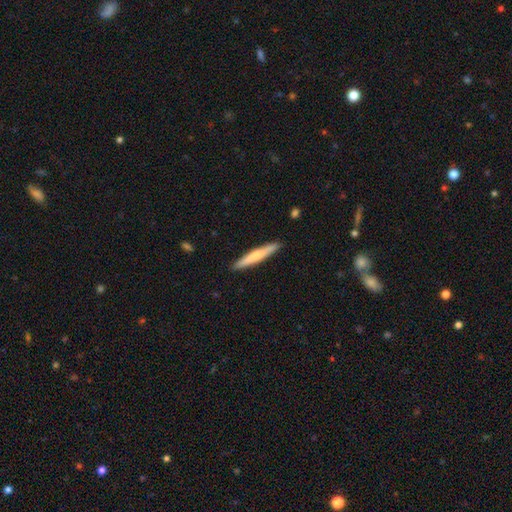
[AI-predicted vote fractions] Morphology: type=smooth (62%); roundness=cigar-shaped (95%); merging=none (91%).